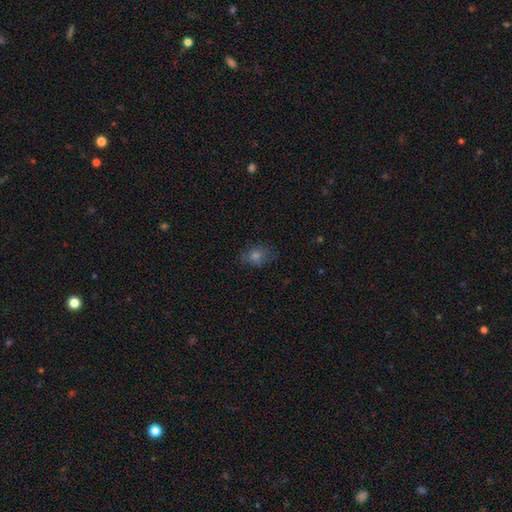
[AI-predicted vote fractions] smooth-or-featured: smooth: 67% | star or artifact: 19% | featured or disk: 14%
  how-rounded: in between: 54% | round: 44% | cigar-shaped: 2%
  merging: none: 77% | minor disturbance: 17% | major disturbance: 5% | merger: 1%